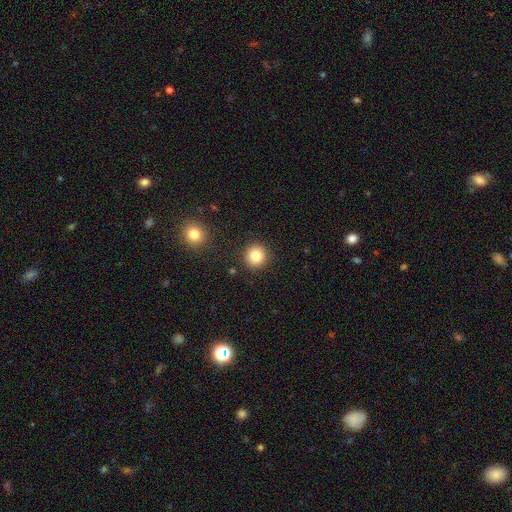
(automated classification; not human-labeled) Smooth or featured? Predicted: smooth (p=0.85). How rounded? Predicted: round (p=0.94). Merging? Predicted: none (p=0.89).